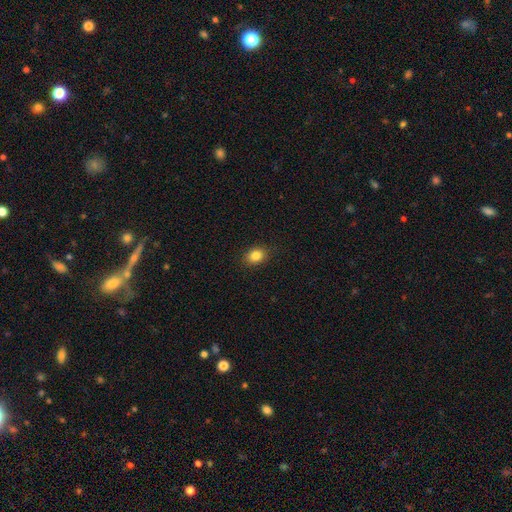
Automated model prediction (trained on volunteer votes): This is clearly a smooth galaxy (84%). How rounded: possibly in between (60%). Merging: clearly none (88%).